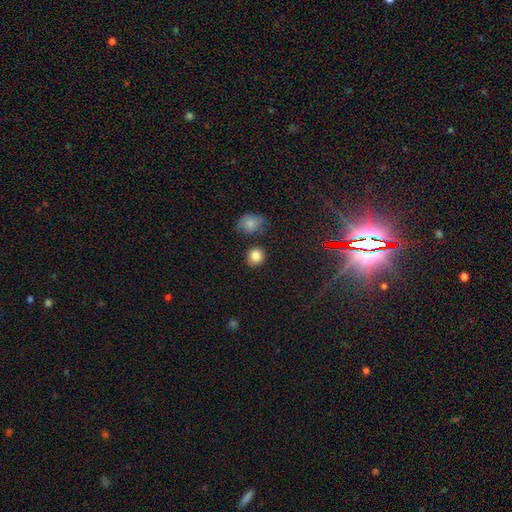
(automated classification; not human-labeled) Smooth or featured? Predicted: smooth (p=0.85). How rounded? Predicted: round (p=0.85). Merging? Predicted: none (p=0.82).